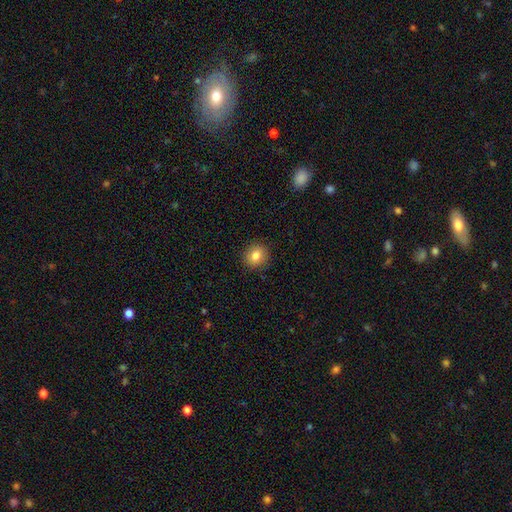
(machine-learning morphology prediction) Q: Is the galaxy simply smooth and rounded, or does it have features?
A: smooth — 82%.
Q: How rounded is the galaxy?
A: round — 85%.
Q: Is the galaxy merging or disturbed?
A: none — 91%.